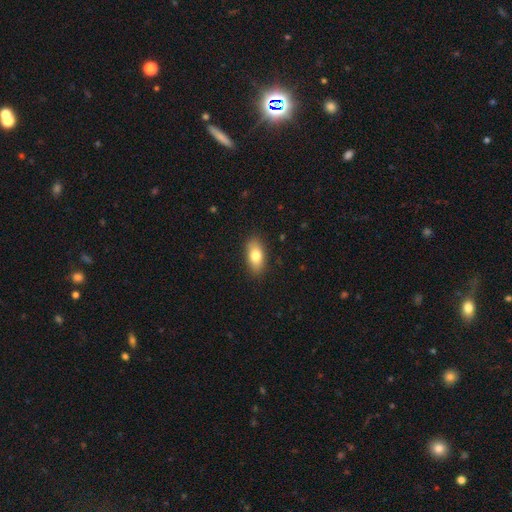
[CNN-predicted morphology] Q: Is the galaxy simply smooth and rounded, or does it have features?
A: smooth — 78%.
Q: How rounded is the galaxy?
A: in between — 88%.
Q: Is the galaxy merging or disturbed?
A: none — 88%.